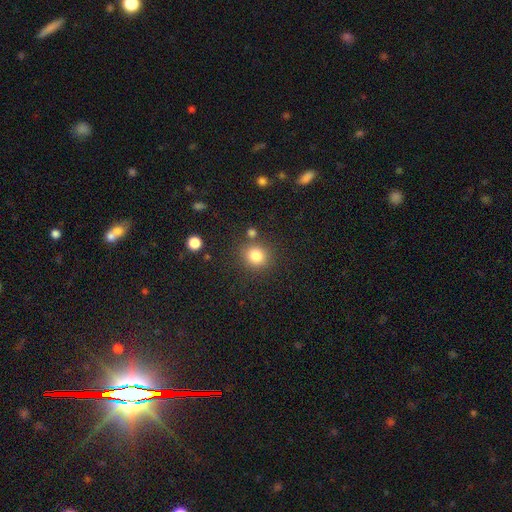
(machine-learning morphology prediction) Smooth or featured?
  - smooth: 83% *
  - star or artifact: 11%
  - featured or disk: 6%
How rounded?
  - round: 83% *
  - in between: 16%
  - cigar-shaped: 1%
Merging?
  - none: 79% *
  - minor disturbance: 10%
  - merger: 7%
  - major disturbance: 4%